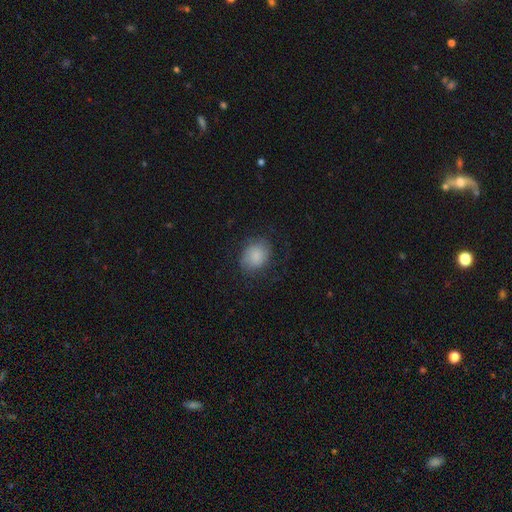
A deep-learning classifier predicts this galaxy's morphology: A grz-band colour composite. It shows a smooth galaxy with no disk features (76%) that is round (55%). Merging: none (70%).